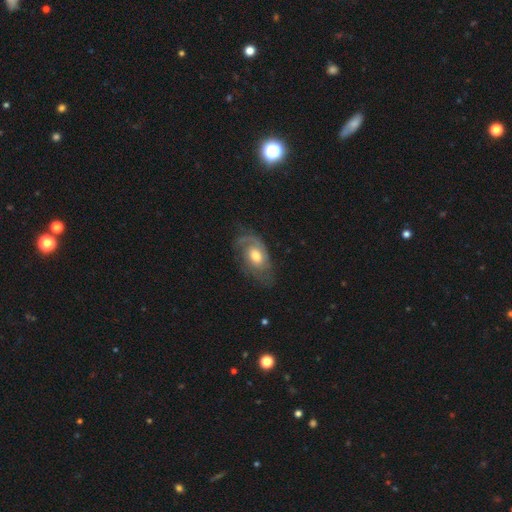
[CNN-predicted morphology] smooth-or-featured: featured or disk: 75% | smooth: 19% | star or artifact: 6%
  disk-edge-on: no: 95% | yes: 5%
    bar: no: 67% | weak: 28% | strong: 5%
    has-spiral-arms: yes: 90% | no: 10%
      spiral-winding: tight: 44% | medium: 39% | loose: 17%
      spiral-arm-count: 2: 47% | can't tell: 21% | 1: 19% | 3: 7% | 4: 3% | more than 4: 3%
    bulge-size: moderate: 64% | large: 25% | small: 8% | none: 2% | dominant: 2%
  merging: none: 64% | minor disturbance: 21% | major disturbance: 13% | merger: 1%